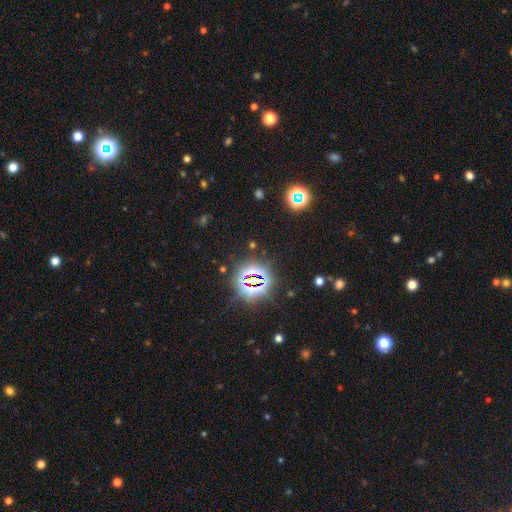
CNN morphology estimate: This appears to be a star or artifact, not a galaxy (82%).